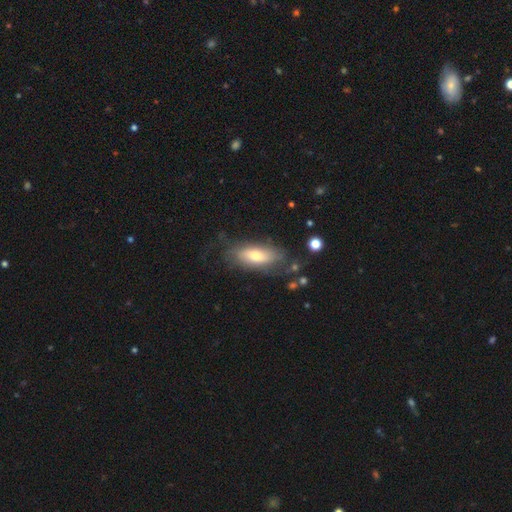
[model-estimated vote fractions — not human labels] This is possibly a smooth galaxy (54%). How rounded: likely in between (77%). Merging: likely none (64%).